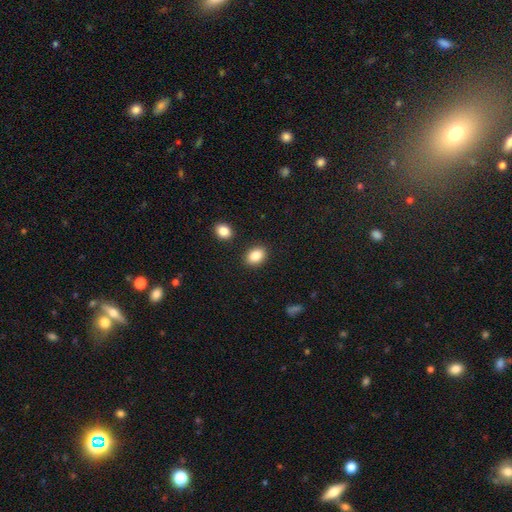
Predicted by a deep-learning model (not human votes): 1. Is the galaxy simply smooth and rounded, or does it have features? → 87% smooth, 8% star or artifact, 5% featured or disk.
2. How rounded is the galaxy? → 73% in between, 26% round, 1% cigar-shaped.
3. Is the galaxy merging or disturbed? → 87% none, 7% minor disturbance, 3% merger, 2% major disturbance.